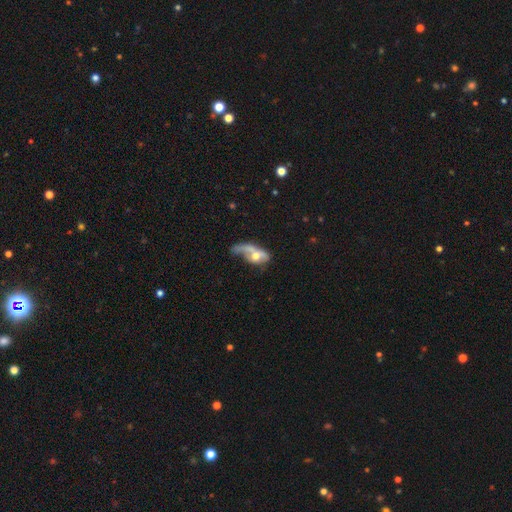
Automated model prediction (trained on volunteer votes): This appears to be a smooth galaxy with no disk features (46%, tied with featured or disk). Merging: major disturbance (45%).